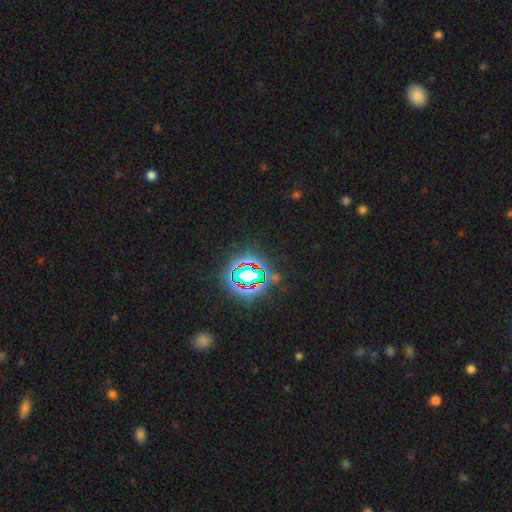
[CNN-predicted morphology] This is likely a star or artifact rather than a galaxy (80%).